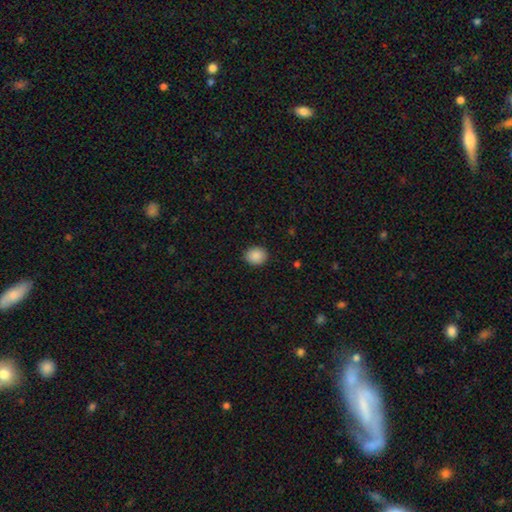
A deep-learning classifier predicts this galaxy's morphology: The model was most divided on "how rounded": round: 65%, in between: 34%, cigar-shaped: 1%. More confident: merging — none (89%); smooth or featured — smooth (88%).